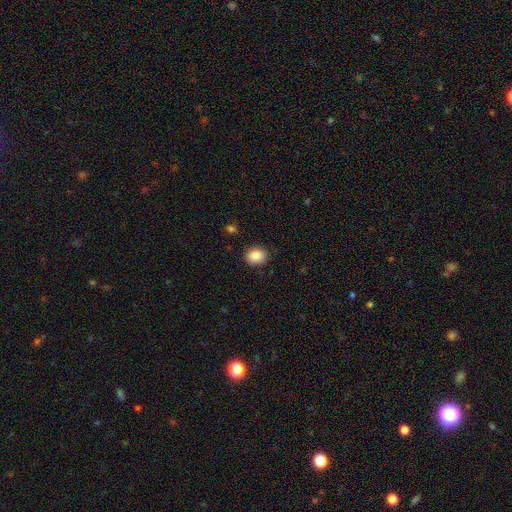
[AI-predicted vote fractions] The model was most divided on "how rounded": round: 63%, in between: 36%, cigar-shaped: 1%. More confident: merging — none (88%); smooth or featured — smooth (87%).